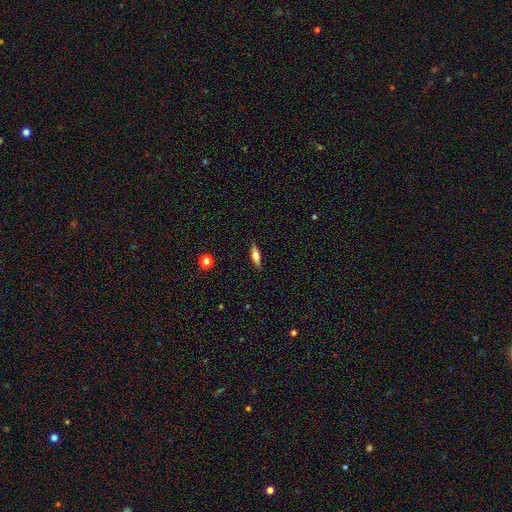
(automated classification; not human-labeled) Morphology: type=featured or disk (50%); merging=none (89%).